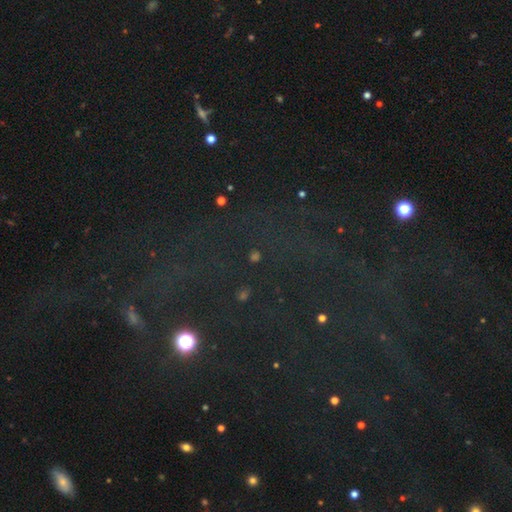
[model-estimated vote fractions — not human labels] Smooth or featured: star or artifact — 72% (smooth — 18%)